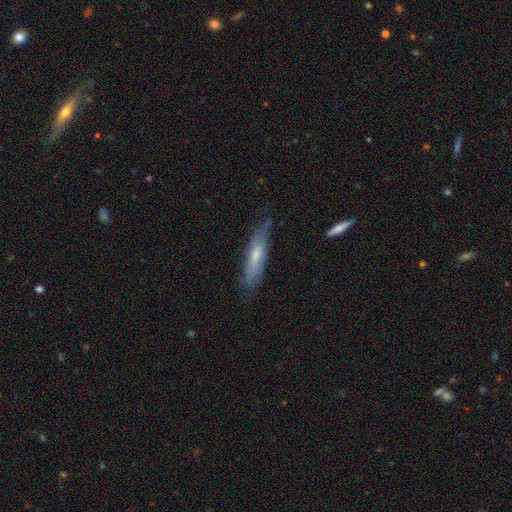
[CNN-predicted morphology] smooth-or-featured: smooth: 54% | featured or disk: 39% | star or artifact: 6%
  how-rounded: cigar-shaped: 77% | in between: 21% | round: 2%
  merging: none: 71% | minor disturbance: 22% | major disturbance: 5% | merger: 2%